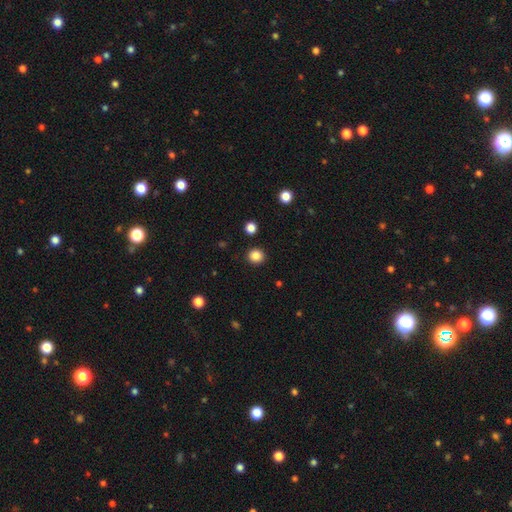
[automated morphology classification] smooth_or_featured: smooth (p=0.86) [alt: star or artifact p=0.11]
how_rounded: round (p=0.91) [alt: in between p=0.08]
merging: none (p=0.92) [alt: minor disturbance p=0.05]